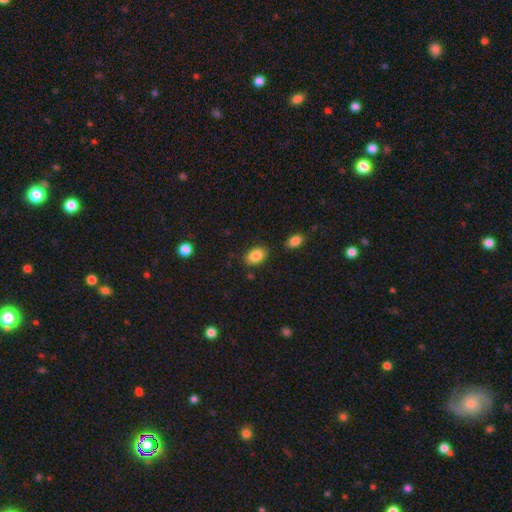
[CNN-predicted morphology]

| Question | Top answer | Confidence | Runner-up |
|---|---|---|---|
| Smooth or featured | smooth | 85% | star or artifact (8%) |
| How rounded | in between | 88% | round (11%) |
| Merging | none | 82% | minor disturbance (12%) |